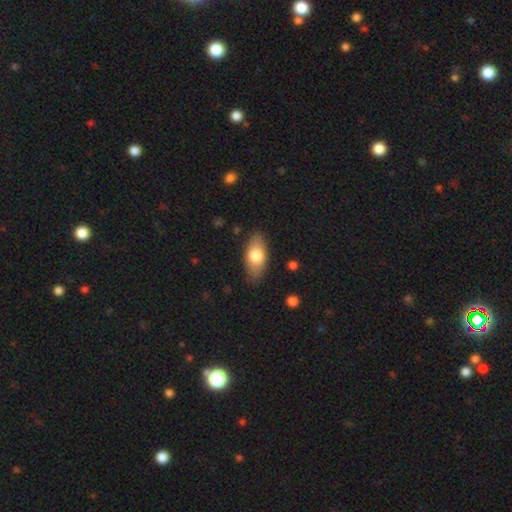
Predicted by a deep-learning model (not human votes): This is likely a smooth galaxy (73%). How rounded: clearly in between (88%). Merging: clearly none (82%).